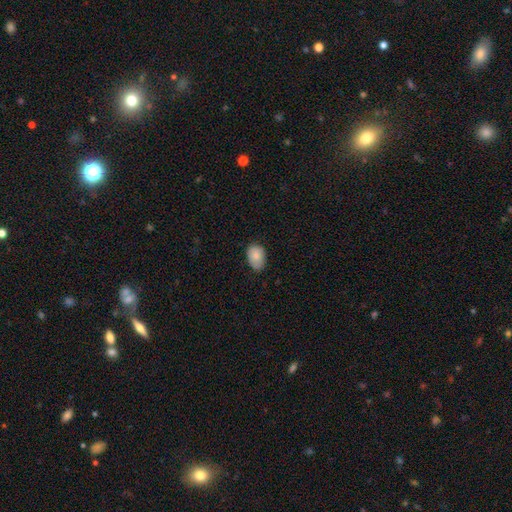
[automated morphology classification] Smooth or featured? Predicted: smooth (p=0.84). How rounded? Predicted: in between (p=0.83). Merging? Predicted: none (p=0.69).